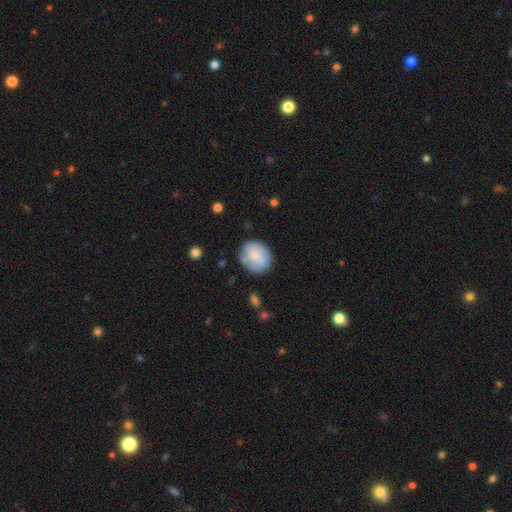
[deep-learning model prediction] Q: Smooth or featured?
A: smooth (59%); runner-up: featured or disk (34%)
Q: How rounded?
A: round (75%); runner-up: in between (24%)
Q: Merging?
A: none (73%); runner-up: minor disturbance (18%)